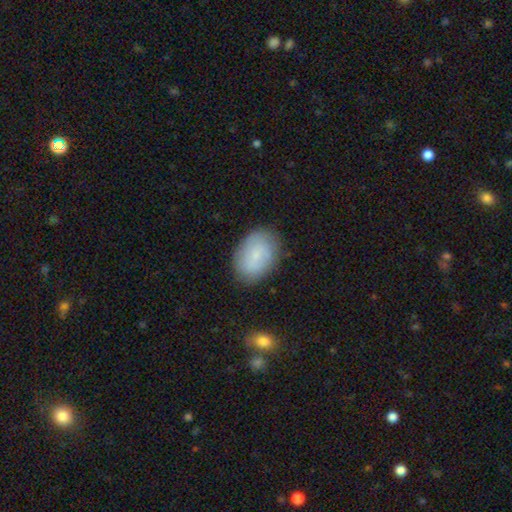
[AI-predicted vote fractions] smooth 66%, featured or disk 27%, star or artifact 7%. Down the decision tree: how rounded — in between (82%); merging — none (79%).